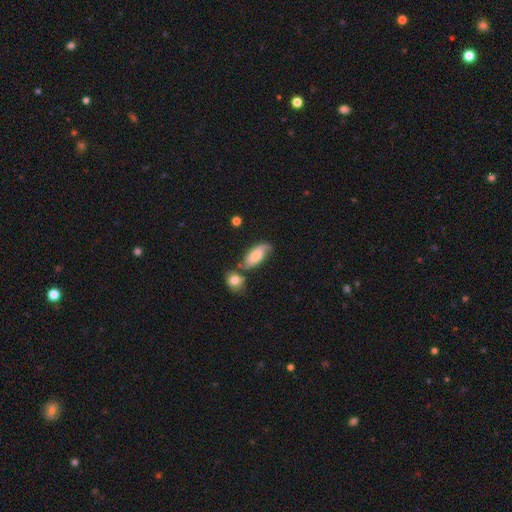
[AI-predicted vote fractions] Overall: smooth (59%; featured or disk 34%). How rounded: in between (87%). Merging: none (48%; minor disturbance 24%).